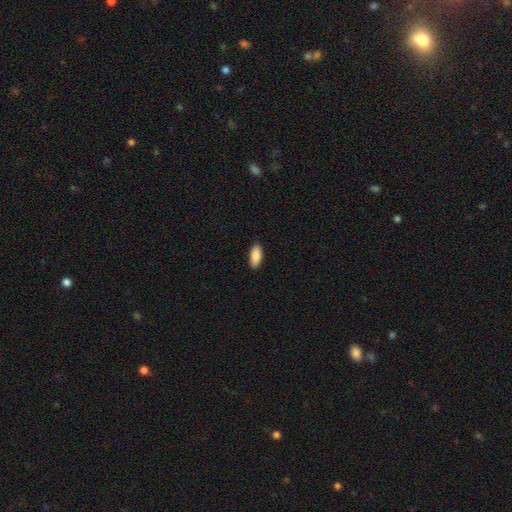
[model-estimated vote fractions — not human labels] Smooth or featured? Predicted: smooth (p=0.90). How rounded? Predicted: in between (p=0.87). Merging? Predicted: none (p=0.90).